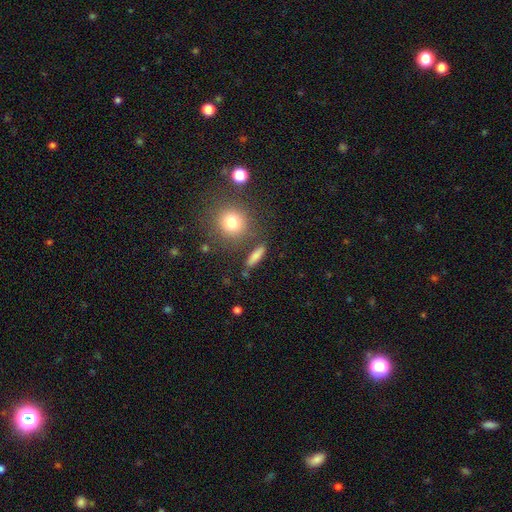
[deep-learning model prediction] smooth 76%, featured or disk 12%, star or artifact 12%. Down the decision tree: how rounded — cigar-shaped (64%); merging — none (78%).